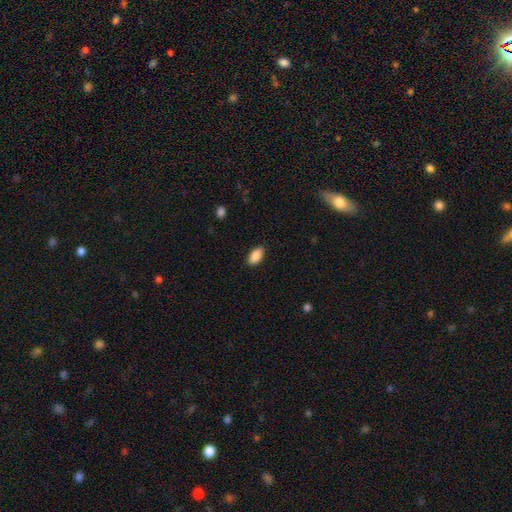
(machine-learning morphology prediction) Smooth or featured: smooth — 89% (star or artifact — 7%)
How rounded: in between — 93% (cigar-shaped — 4%)
Merging: none — 88% (minor disturbance — 9%)